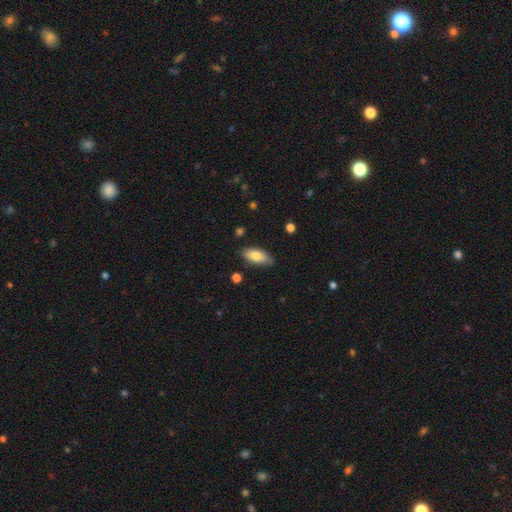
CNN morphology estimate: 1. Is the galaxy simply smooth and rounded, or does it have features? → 79% smooth, 15% featured or disk, 6% star or artifact.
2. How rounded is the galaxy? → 86% in between, 12% cigar-shaped, 2% round.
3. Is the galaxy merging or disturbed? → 81% none, 15% minor disturbance, 2% major disturbance, 2% merger.